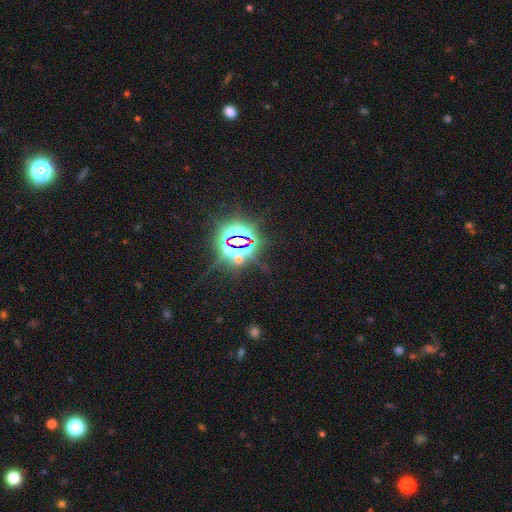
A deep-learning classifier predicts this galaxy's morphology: Smooth or featured? star or artifact (83%)